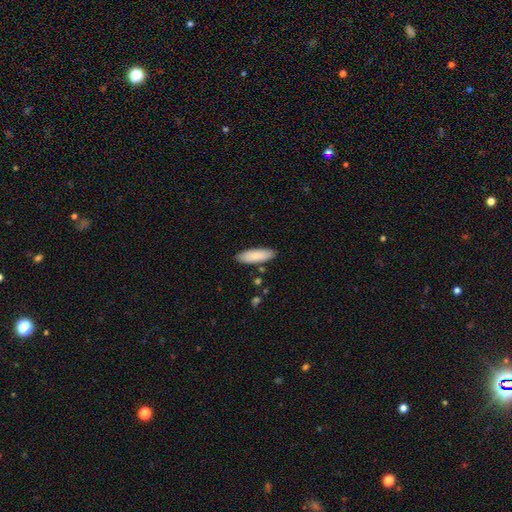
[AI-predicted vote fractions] This is clearly a smooth galaxy (85%). How rounded: possibly in between (56%). Merging: clearly none (86%).